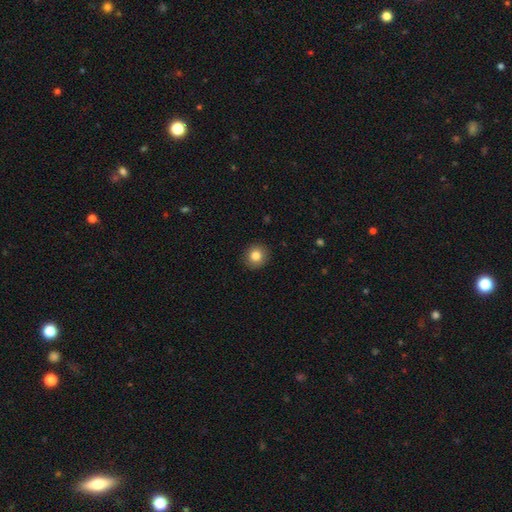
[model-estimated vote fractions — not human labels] Overall: smooth (83%). How rounded: round (90%). Merging: none (92%).